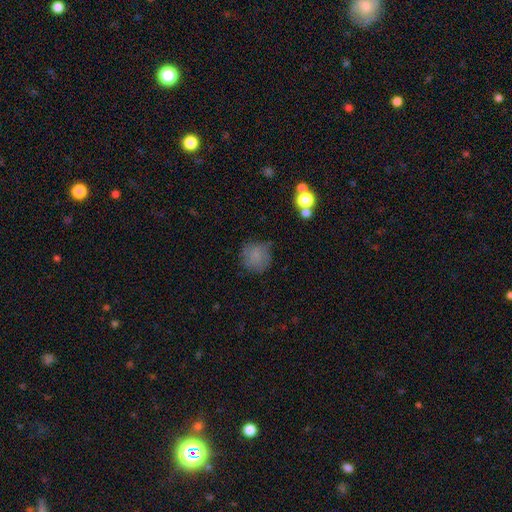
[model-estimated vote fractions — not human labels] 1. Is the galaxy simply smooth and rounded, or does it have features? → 76% smooth, 12% featured or disk, 11% star or artifact.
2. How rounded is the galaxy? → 91% round, 8% in between, 1% cigar-shaped.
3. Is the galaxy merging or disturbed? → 71% none, 19% minor disturbance, 7% major disturbance, 3% merger.